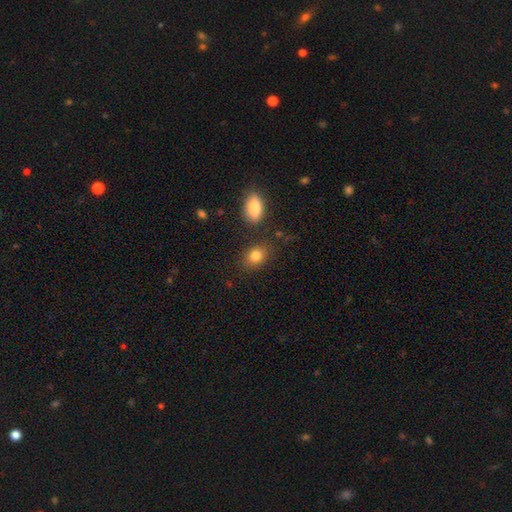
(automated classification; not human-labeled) Morphology: type=smooth (81%); roundness=in between (65%); merging=none (78%).